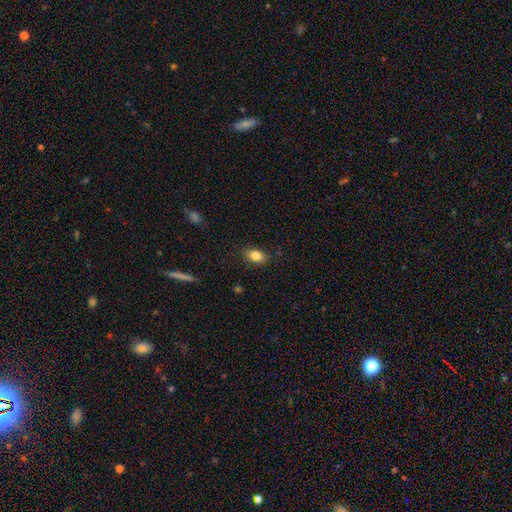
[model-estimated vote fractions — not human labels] smooth-or-featured: smooth: 82% | star or artifact: 9% | featured or disk: 9%
  how-rounded: in between: 81% | round: 17% | cigar-shaped: 2%
  merging: none: 85% | minor disturbance: 11% | major disturbance: 2% | merger: 1%